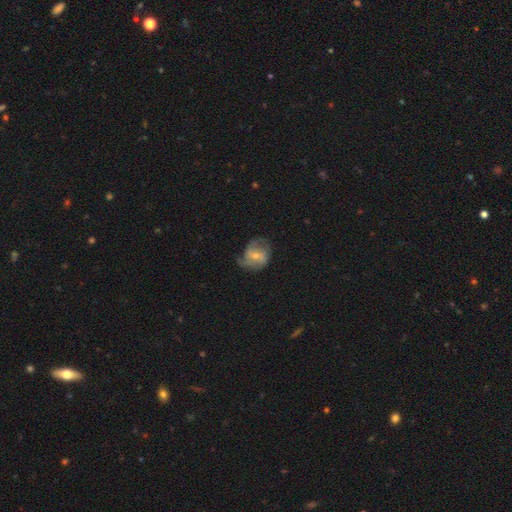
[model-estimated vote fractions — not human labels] smooth-or-featured: featured or disk: 68% | smooth: 25% | star or artifact: 7%
  disk-edge-on: no: 97% | yes: 3%
    bar: weak: 47% | no: 38% | strong: 16%
    has-spiral-arms: yes: 87% | no: 13%
      spiral-winding: medium: 45% | loose: 32% | tight: 23%
      spiral-arm-count: 2: 51% | 3: 19% | can't tell: 18% | 1: 6% | 4: 3% | more than 4: 3%
    bulge-size: small: 54% | moderate: 40% | none: 3% | large: 2% | dominant: 1%
  merging: none: 54% | minor disturbance: 27% | major disturbance: 17% | merger: 2%